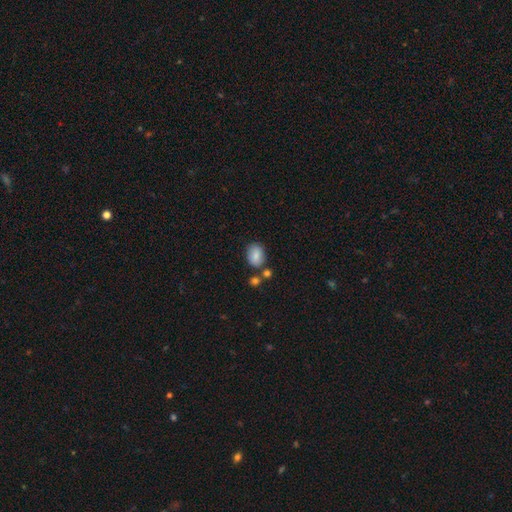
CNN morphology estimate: This is clearly a smooth galaxy (83%). How rounded: likely in between (69%). Merging: likely none (71%).